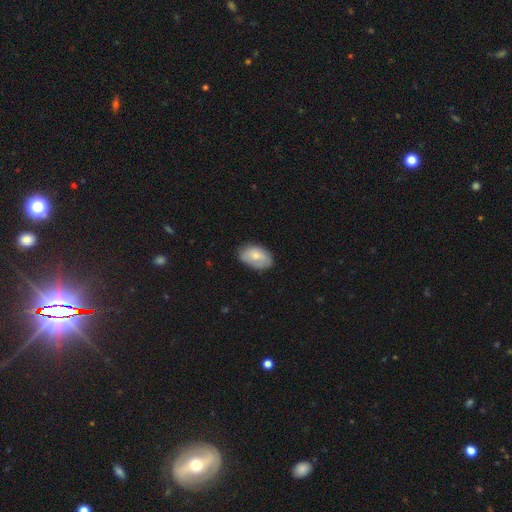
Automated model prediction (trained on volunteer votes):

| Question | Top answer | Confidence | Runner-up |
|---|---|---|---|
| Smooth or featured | smooth | 75% | featured or disk (19%) |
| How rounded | in between | 91% | round (8%) |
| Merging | none | 73% | minor disturbance (22%) |